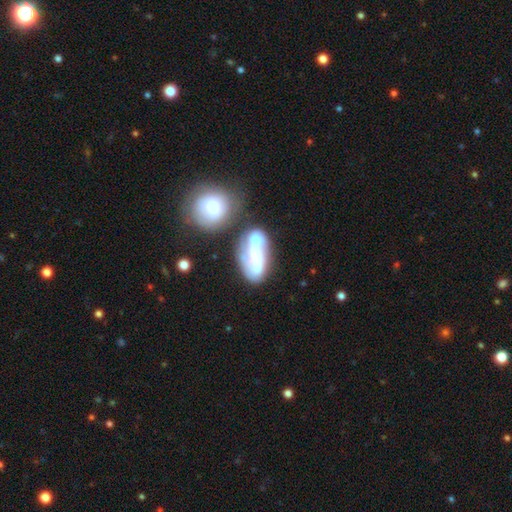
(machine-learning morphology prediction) This appears to be a featured or disk galaxy (62%) with no bar (50%), spiral arms (68%) and a moderate central bulge (43%). Merging: merger (39%).